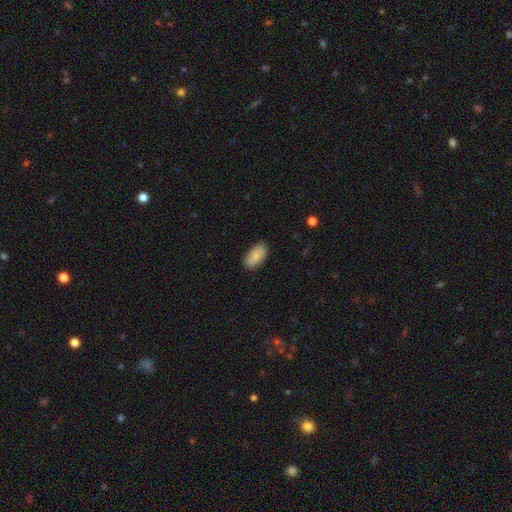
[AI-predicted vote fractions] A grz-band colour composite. It shows a smooth galaxy with no disk features (86%) that is in between round and cigar-shaped (93%). Merging: none (86%).